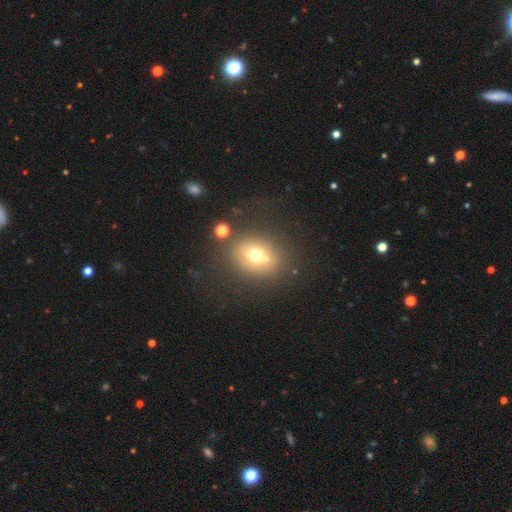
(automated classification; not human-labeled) Smooth or featured: smooth — 66% (featured or disk — 17%)
How rounded: round — 65% (in between — 35%)
Merging: none — 66% (merger — 17%)